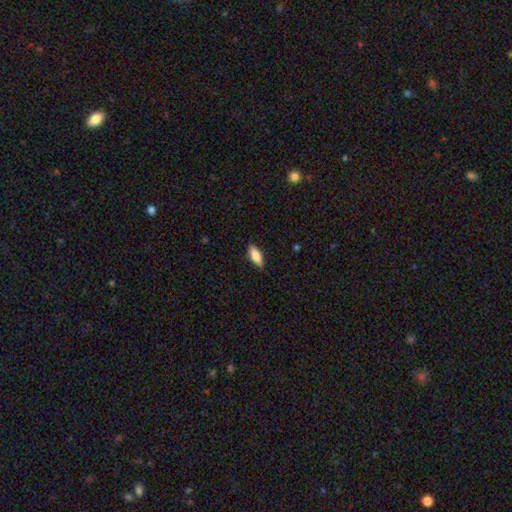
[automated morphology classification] smooth 78%, featured or disk 16%, star or artifact 7%. Down the decision tree: how rounded — in between (76%); merging — none (84%).